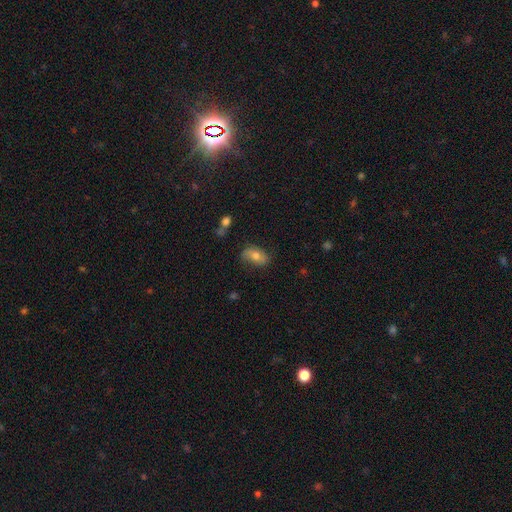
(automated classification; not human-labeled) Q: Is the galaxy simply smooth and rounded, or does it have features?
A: smooth — 62%.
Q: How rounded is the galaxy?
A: in between — 85%.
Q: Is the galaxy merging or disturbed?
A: none — 65%.